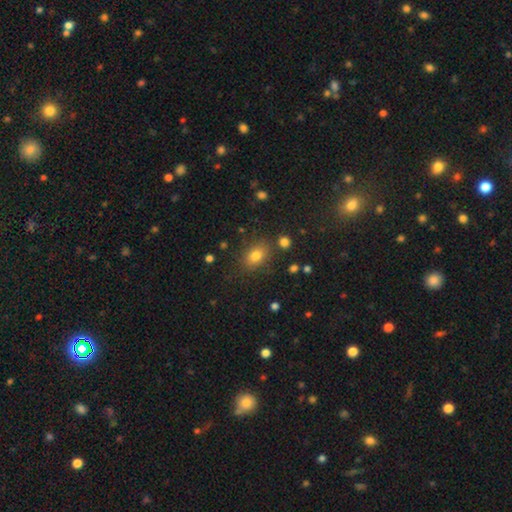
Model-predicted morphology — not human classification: smooth 78%, star or artifact 12%, featured or disk 9%. Down the decision tree: how rounded — in between (75%); merging — none (78%).